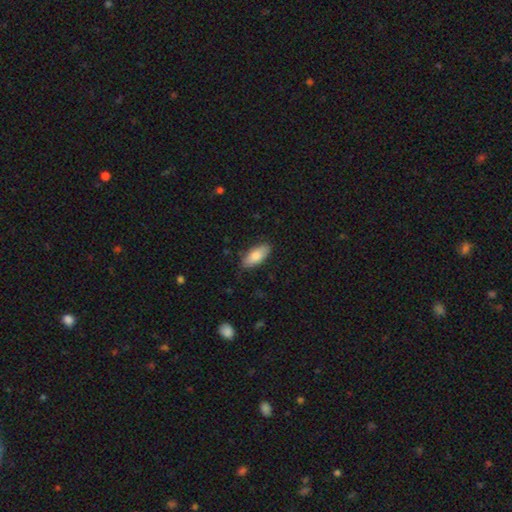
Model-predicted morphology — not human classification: Smooth or featured? Predicted: smooth (p=0.81). How rounded? Predicted: in between (p=0.83). Merging? Predicted: none (p=0.84).